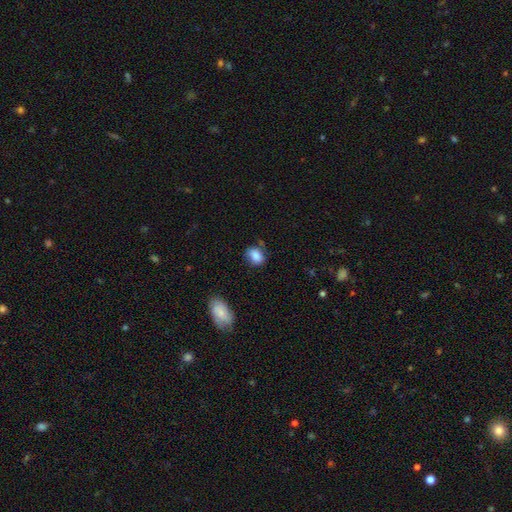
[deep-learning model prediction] The model was most divided on "how rounded": in between: 63%, round: 36%, cigar-shaped: 1%. More confident: smooth or featured — smooth (83%); merging — none (63%).